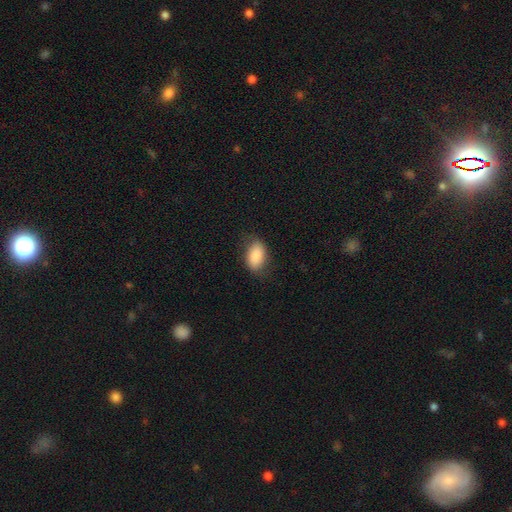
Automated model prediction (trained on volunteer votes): Smooth or featured? smooth (86%)
How rounded? in between (91%)
Merging? none (76%)